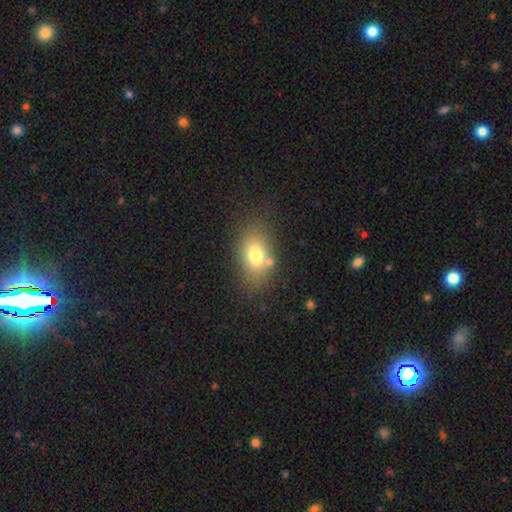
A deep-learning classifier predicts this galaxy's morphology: This appears to be a smooth galaxy with no disk features (73%) that is in between round and cigar-shaped (79%). Merging: none (73%).